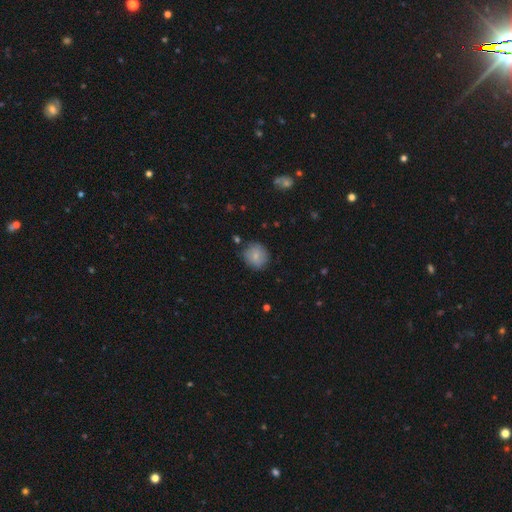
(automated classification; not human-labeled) A smooth galaxy with no disk features (75%) that is round (87%). Merging: none (81%).